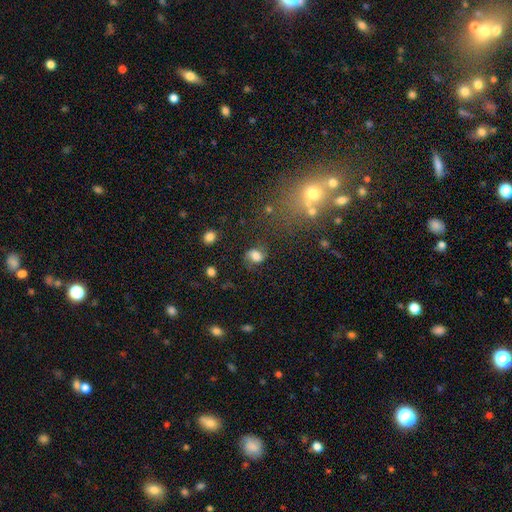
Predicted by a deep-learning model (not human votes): This is likely a smooth galaxy (68%). How rounded: possibly in between (58%). Merging: likely none (66%).